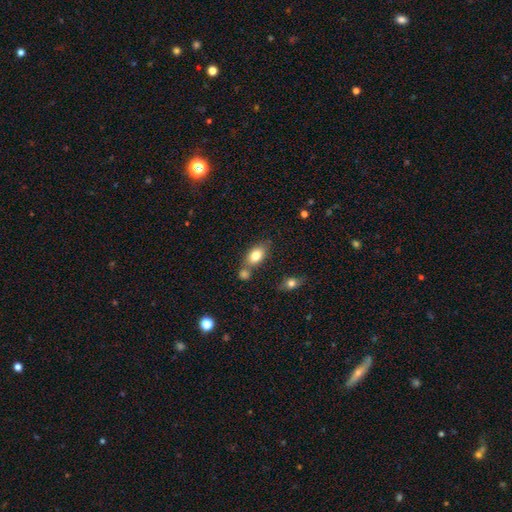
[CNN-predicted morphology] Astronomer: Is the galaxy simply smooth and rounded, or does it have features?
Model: smooth — 81%.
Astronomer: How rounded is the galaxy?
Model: in between — 86%.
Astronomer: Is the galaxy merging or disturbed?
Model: none — 58%.